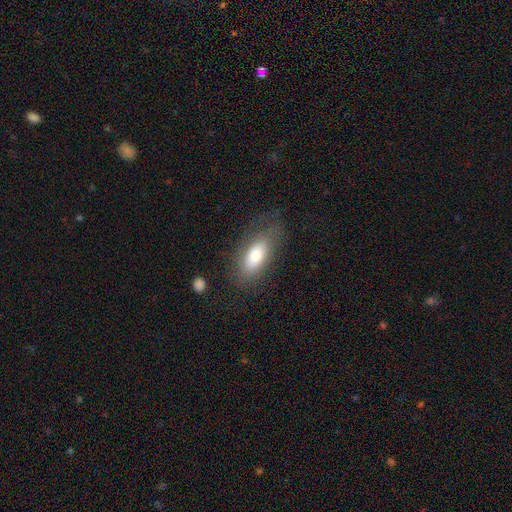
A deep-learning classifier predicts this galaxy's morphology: Smooth or featured? smooth (73%)
How rounded? in between (83%)
Merging? none (69%)